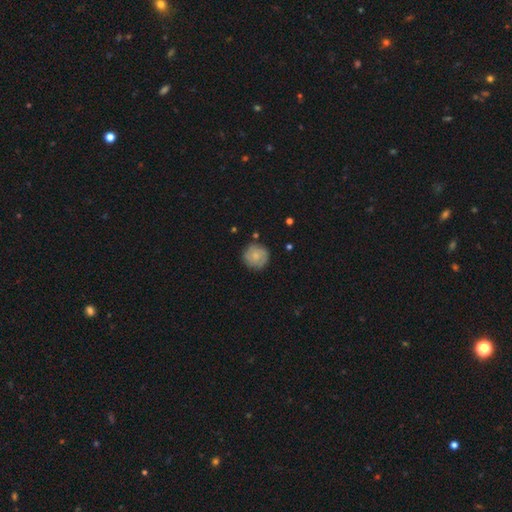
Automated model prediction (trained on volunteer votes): Morphology: type=smooth (47%); merging=none (83%).